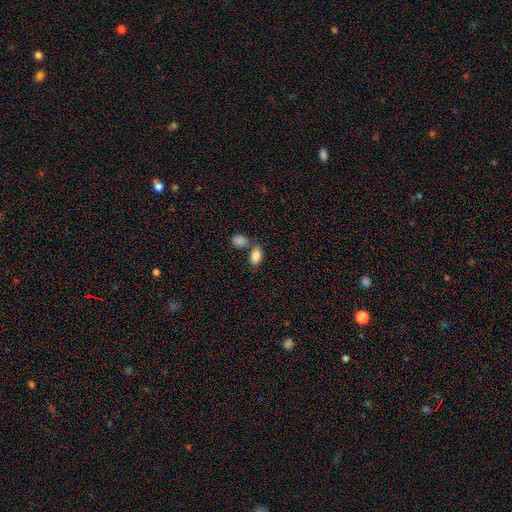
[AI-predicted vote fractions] Morphology: type=smooth (86%); roundness=in between (90%); merging=none (56%).